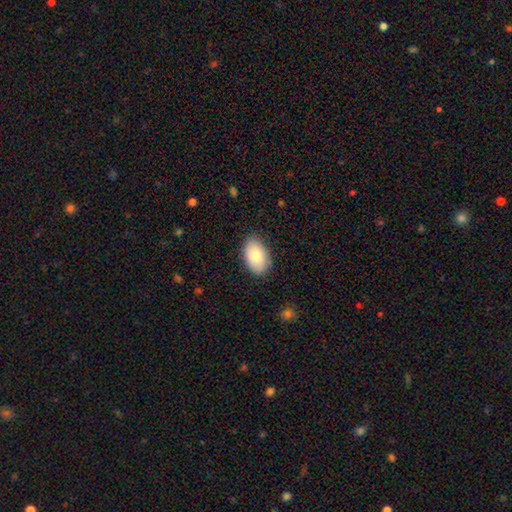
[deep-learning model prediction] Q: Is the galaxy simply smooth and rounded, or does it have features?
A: smooth — 85%.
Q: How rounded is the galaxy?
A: in between — 92%.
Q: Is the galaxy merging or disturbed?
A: none — 85%.